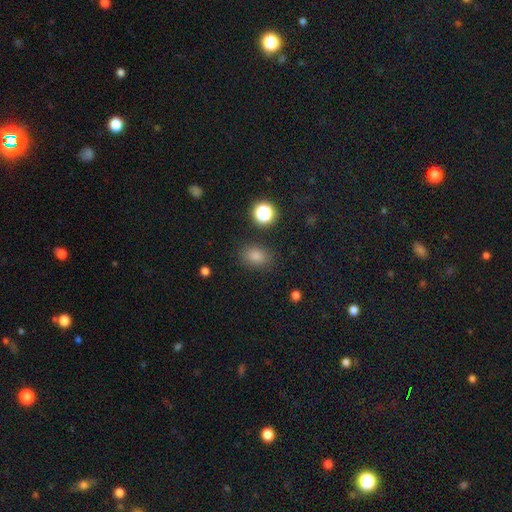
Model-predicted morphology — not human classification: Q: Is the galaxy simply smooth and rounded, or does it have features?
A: smooth — 77%.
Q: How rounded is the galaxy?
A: in between — 71%.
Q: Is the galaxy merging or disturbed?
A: none — 84%.